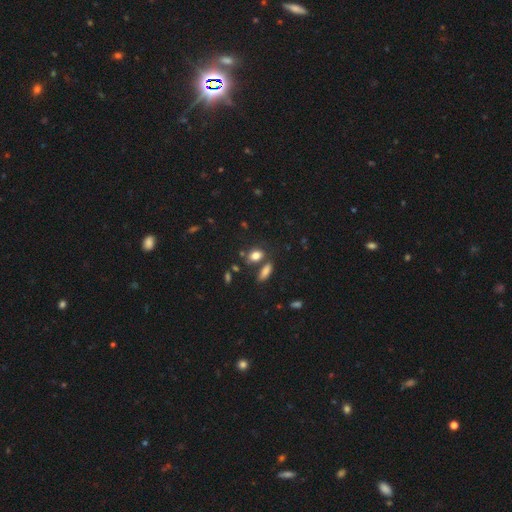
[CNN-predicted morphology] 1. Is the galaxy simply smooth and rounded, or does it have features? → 81% smooth, 11% star or artifact, 8% featured or disk.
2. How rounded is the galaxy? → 76% in between, 19% round, 5% cigar-shaped.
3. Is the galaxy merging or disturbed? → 63% none, 20% merger, 13% minor disturbance, 4% major disturbance.